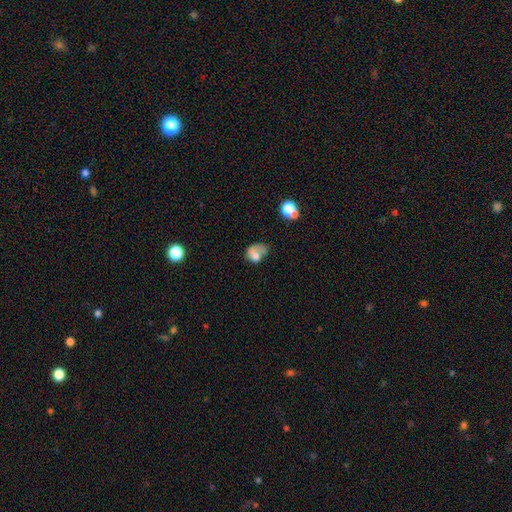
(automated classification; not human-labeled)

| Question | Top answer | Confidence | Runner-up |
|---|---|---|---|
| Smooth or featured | smooth | 61% | featured or disk (28%) |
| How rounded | in between | 60% | round (38%) |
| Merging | major disturbance | 33% | merger (24%) |